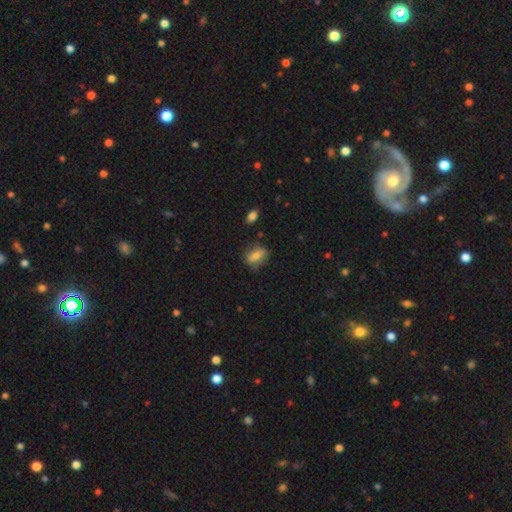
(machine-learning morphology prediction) smooth 74%, featured or disk 17%, star or artifact 9%. Down the decision tree: how rounded — in between (76%); merging — none (71%).